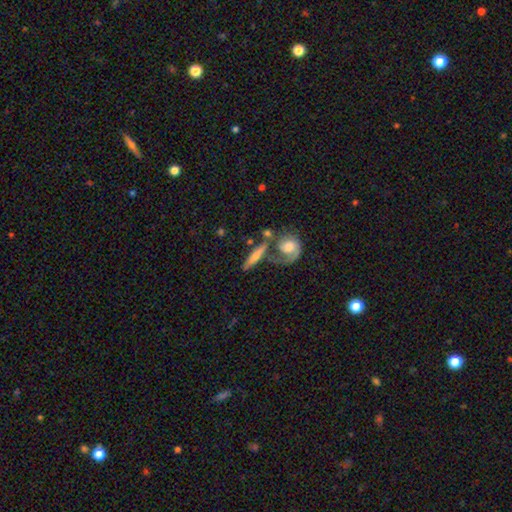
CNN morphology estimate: A featured or disk galaxy (48%).

Vote fractions:
- Smooth or featured? featured or disk: 48% / smooth: 45% / star or artifact: 7%
- Merging? none: 50% / merger: 27% / minor disturbance: 13% / major disturbance: 10%